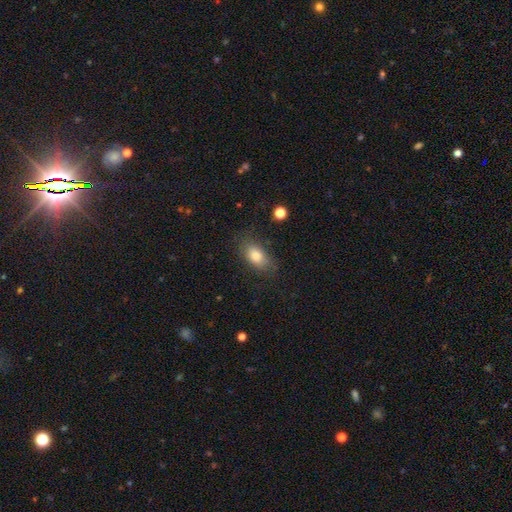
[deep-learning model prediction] The model was most divided on "merging": none: 77%, minor disturbance: 16%, major disturbance: 5%, merger: 2%. More confident: how rounded — in between (87%); smooth or featured — smooth (82%).